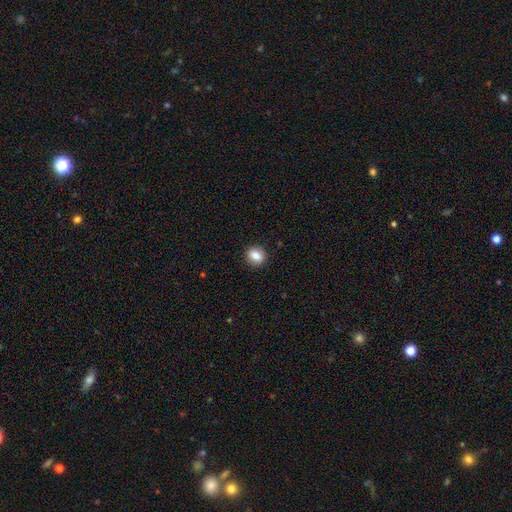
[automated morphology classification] Smooth or featured: smooth — 82% (star or artifact — 9%)
How rounded: round — 75% (in between — 24%)
Merging: none — 91% (minor disturbance — 6%)